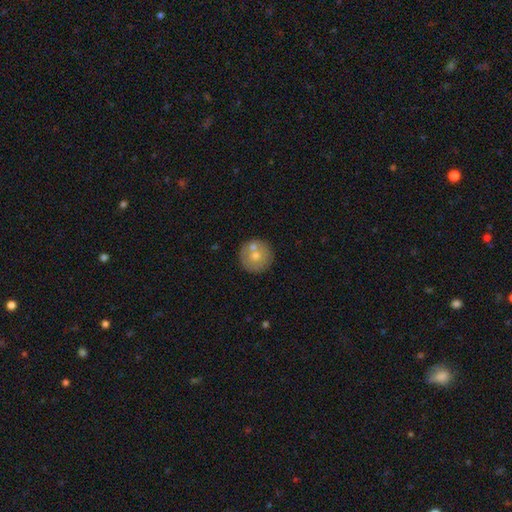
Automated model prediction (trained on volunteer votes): A smooth galaxy with no disk features (65%) that is round (95%). Merging: none (72%).